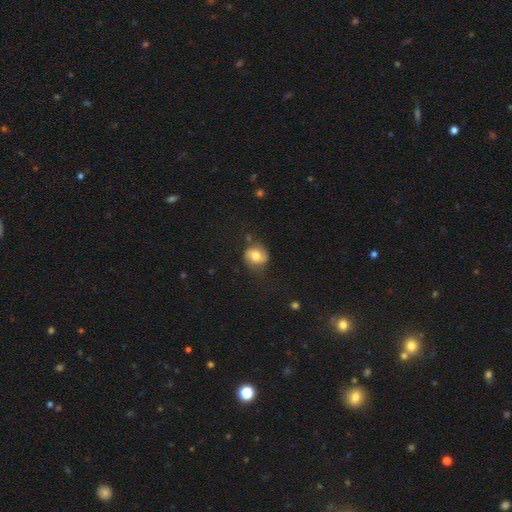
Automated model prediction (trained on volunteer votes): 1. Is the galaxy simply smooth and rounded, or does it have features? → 57% smooth, 34% featured or disk, 8% star or artifact.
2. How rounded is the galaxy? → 72% round, 27% in between, 1% cigar-shaped.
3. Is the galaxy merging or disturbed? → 70% none, 20% minor disturbance, 8% major disturbance, 3% merger.